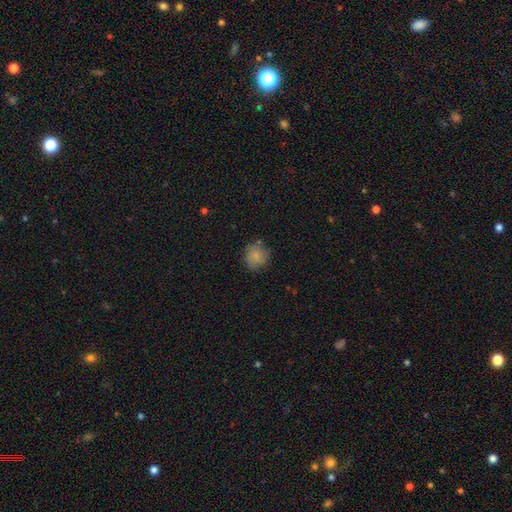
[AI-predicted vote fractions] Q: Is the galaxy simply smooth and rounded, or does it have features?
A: smooth — 81%.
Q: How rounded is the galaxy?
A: round — 86%.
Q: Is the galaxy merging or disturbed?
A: none — 75%.